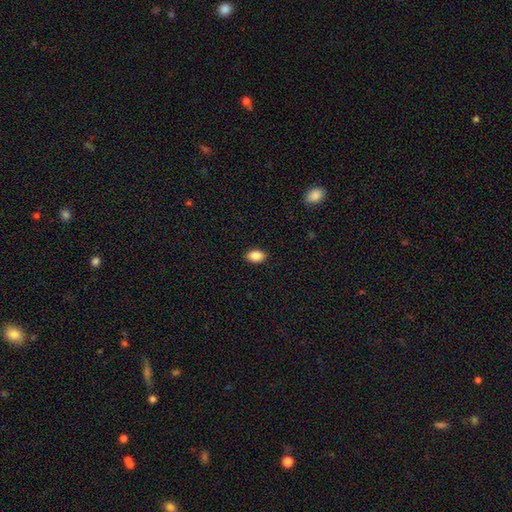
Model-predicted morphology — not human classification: smooth-or-featured: smooth: 87% | star or artifact: 8% | featured or disk: 5%
  how-rounded: in between: 87% | round: 12% | cigar-shaped: 2%
  merging: none: 89% | minor disturbance: 8% | major disturbance: 2% | merger: 1%